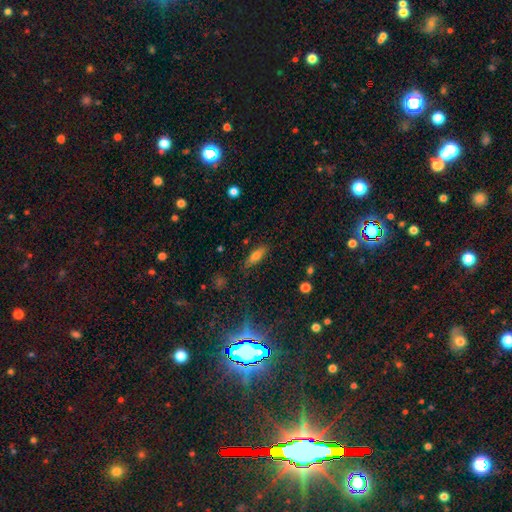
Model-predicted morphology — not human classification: smooth-or-featured: smooth: 70% | featured or disk: 20% | star or artifact: 10%
  how-rounded: in between: 60% | cigar-shaped: 37% | round: 3%
  merging: none: 82% | minor disturbance: 13% | major disturbance: 3% | merger: 2%